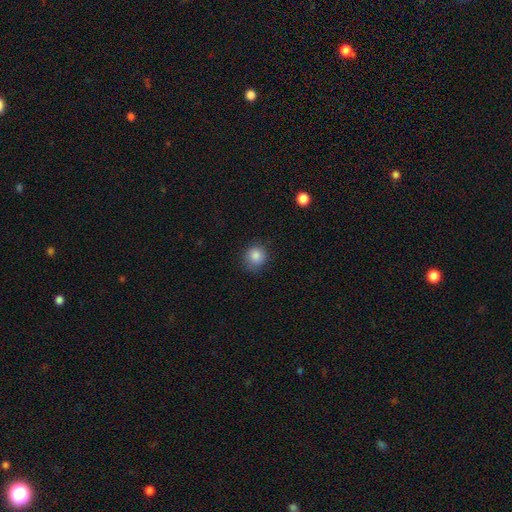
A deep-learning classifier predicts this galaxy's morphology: This is clearly a smooth galaxy (85%). How rounded: clearly round (83%). Merging: clearly none (81%).